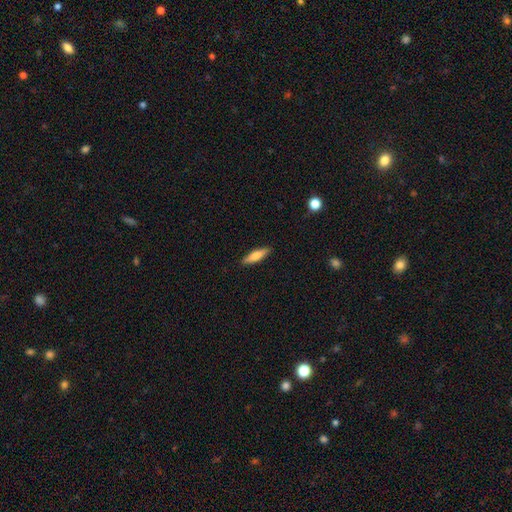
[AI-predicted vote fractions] smooth-or-featured: smooth: 68% | featured or disk: 27% | star or artifact: 6%
  how-rounded: cigar-shaped: 67% | in between: 31% | round: 2%
  merging: none: 90% | minor disturbance: 8% | major disturbance: 2% | merger: 1%